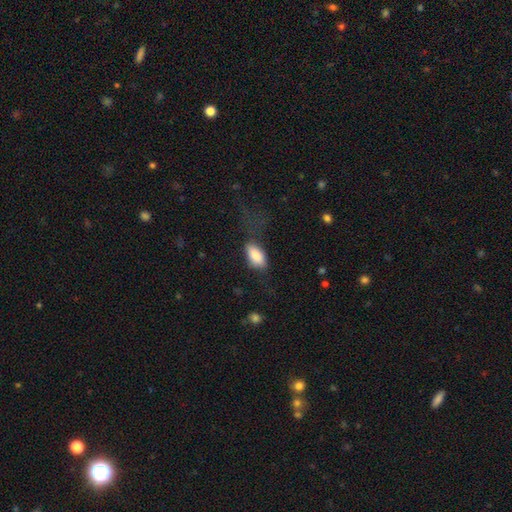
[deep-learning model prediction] smooth_or_featured: smooth (p=0.84) [alt: featured or disk p=0.09]
how_rounded: in between (p=0.92) [alt: cigar-shaped p=0.05]
merging: none (p=0.50) [alt: minor disturbance p=0.24]